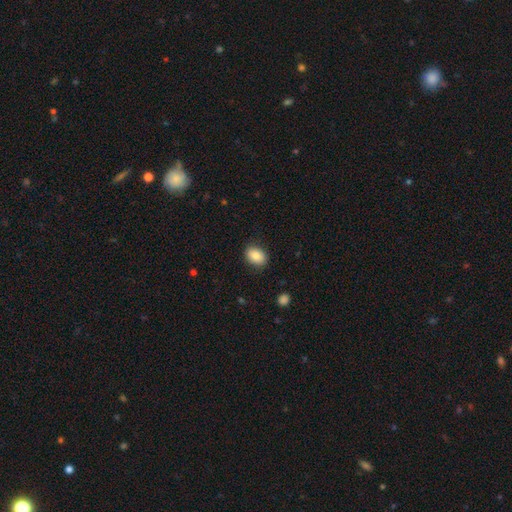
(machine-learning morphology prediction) This appears to be a smooth galaxy with no disk features (85%) that is in between round and cigar-shaped (74%). Merging: none (86%).